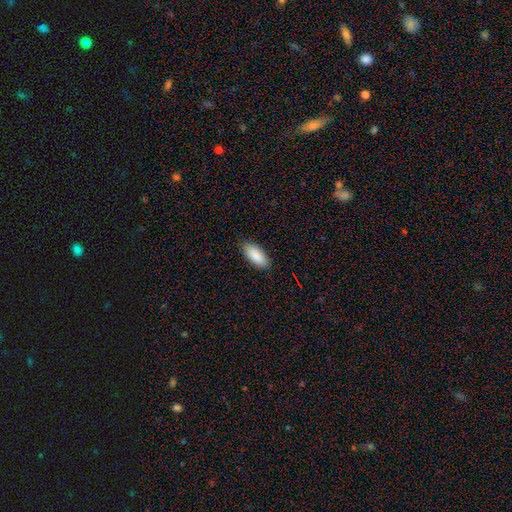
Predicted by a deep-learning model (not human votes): Morphology: type=smooth (90%); roundness=in between (88%); merging=none (87%).